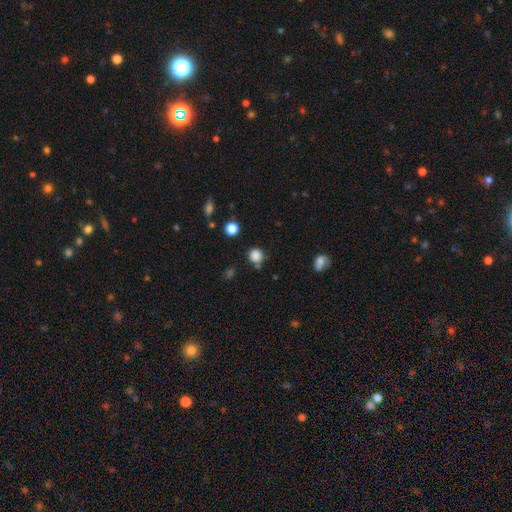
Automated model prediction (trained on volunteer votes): A smooth galaxy with no disk features (83%) that is round (90%).

Vote fractions:
- Smooth or featured? smooth: 83% / star or artifact: 13% / featured or disk: 4%
- How rounded? round: 90% / in between: 9% / cigar-shaped: 1%
- Merging? none: 76% / minor disturbance: 13% / merger: 7% / major disturbance: 4%